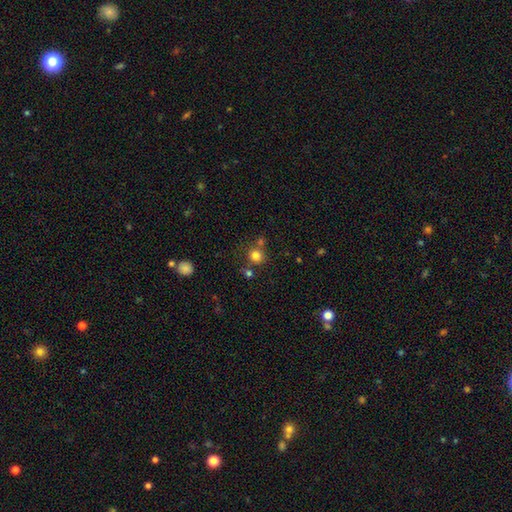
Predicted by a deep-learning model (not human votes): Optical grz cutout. It shows a smooth galaxy with no disk features (80%) that is round (90%). Merging: none (69%).